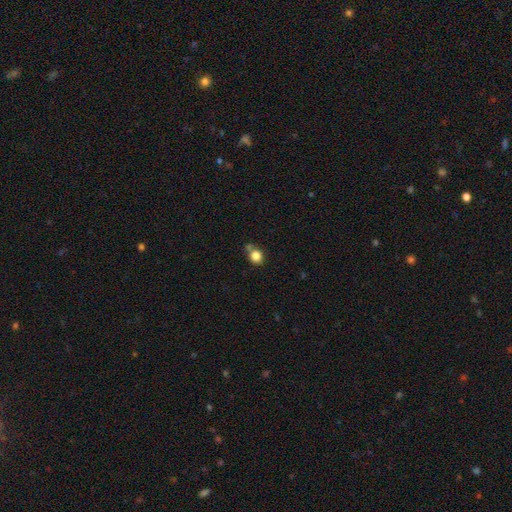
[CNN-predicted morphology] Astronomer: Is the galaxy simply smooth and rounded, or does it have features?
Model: smooth — 82%.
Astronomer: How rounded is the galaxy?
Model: round — 69%.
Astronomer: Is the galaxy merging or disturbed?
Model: none — 53%.